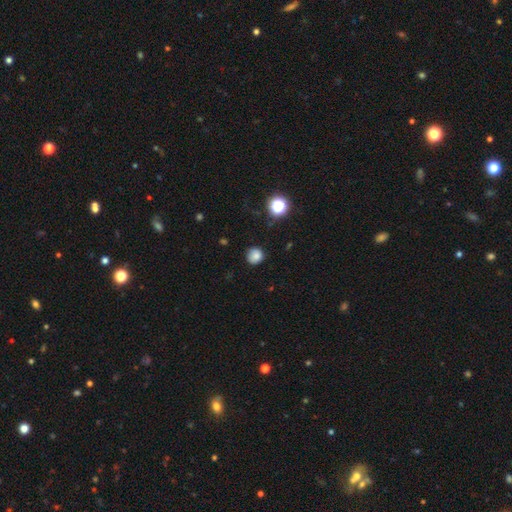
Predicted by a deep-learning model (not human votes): This appears to be a smooth galaxy with no disk features (82%) that is round (91%). Merging: none (83%).